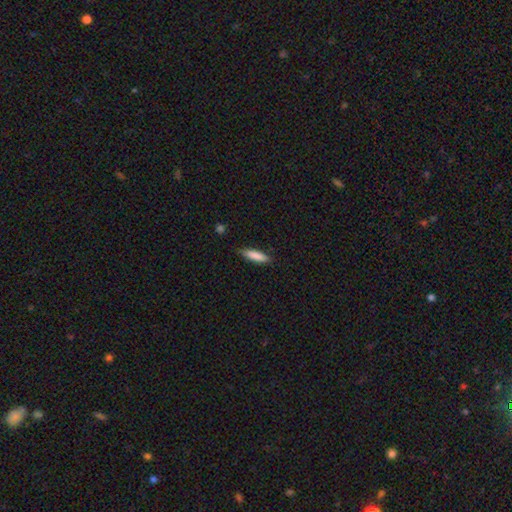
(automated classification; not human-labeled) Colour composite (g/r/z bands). It shows a smooth galaxy with no disk features (85%) that is cigar-shaped (67%). Merging: none (81%).